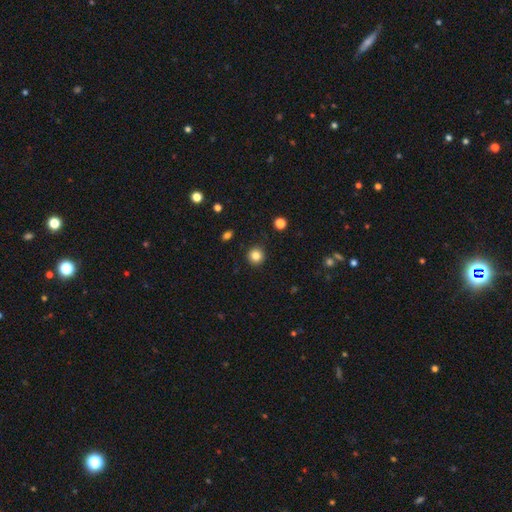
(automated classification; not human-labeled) The model was most divided on "smooth or featured": smooth: 83%, star or artifact: 11%, featured or disk: 5%. More confident: how rounded — round (94%); merging — none (91%).